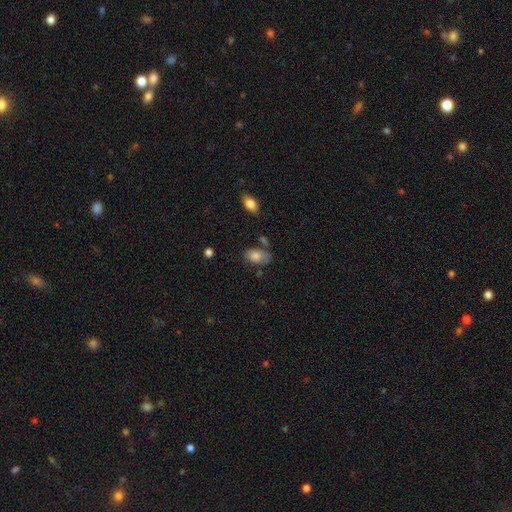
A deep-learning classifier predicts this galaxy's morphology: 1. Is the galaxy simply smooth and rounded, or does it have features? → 79% smooth, 13% featured or disk, 8% star or artifact.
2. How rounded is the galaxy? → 91% in between, 8% round, 2% cigar-shaped.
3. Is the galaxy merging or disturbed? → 53% none, 27% minor disturbance, 10% merger, 9% major disturbance.